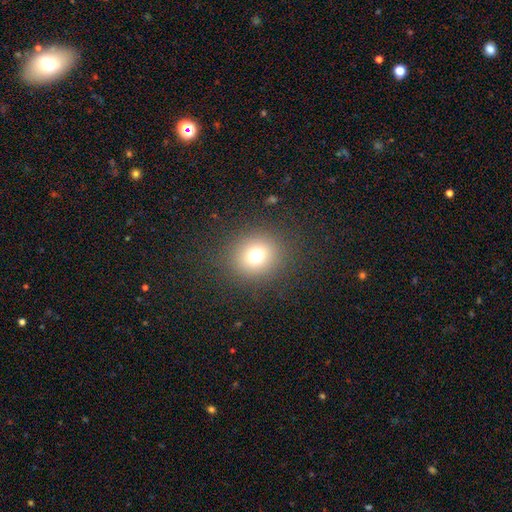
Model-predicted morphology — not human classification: The model was most divided on "smooth or featured": smooth: 71%, star or artifact: 19%, featured or disk: 10%. More confident: merging — none (87%); how rounded — round (86%).